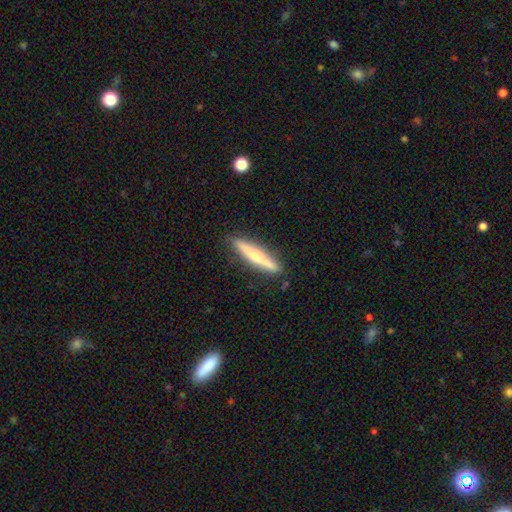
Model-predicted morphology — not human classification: A smooth galaxy with no disk features (52%) that is cigar-shaped (92%).

Vote fractions:
- Smooth or featured? smooth: 52% / featured or disk: 42% / star or artifact: 6%
- How rounded? cigar-shaped: 92% / in between: 7% / round: 1%
- Merging? none: 88% / minor disturbance: 9% / major disturbance: 2% / merger: 2%